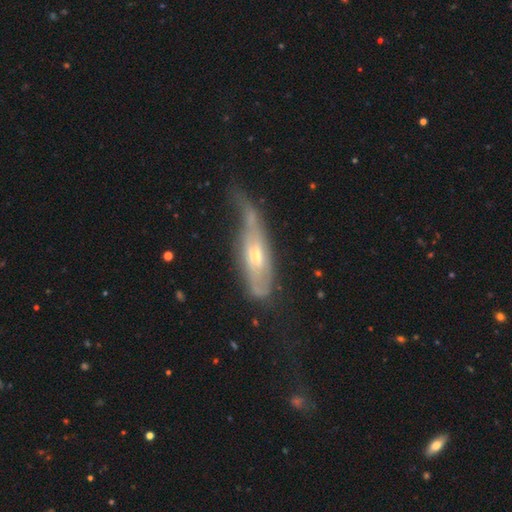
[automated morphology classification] smooth-or-featured: featured or disk: 62% | smooth: 30% | star or artifact: 8%
  disk-edge-on: no: 64% | yes: 36%
  merging: major disturbance: 32% (tied) | minor disturbance: 32% (tied) | none: 31% | merger: 5%